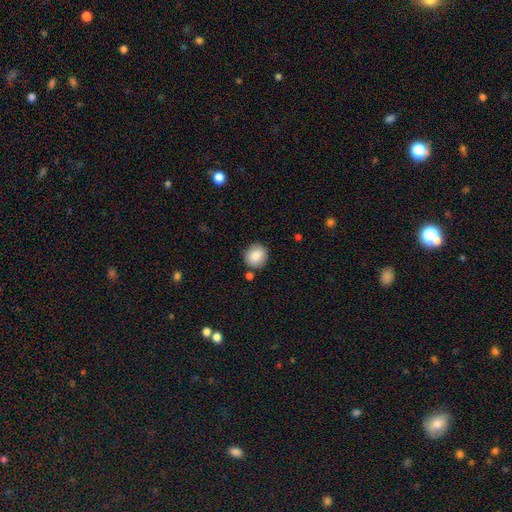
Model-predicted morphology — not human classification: The model was most divided on "how rounded": round: 81%, in between: 18%, cigar-shaped: 1%. More confident: smooth or featured — smooth (87%); merging — none (83%).